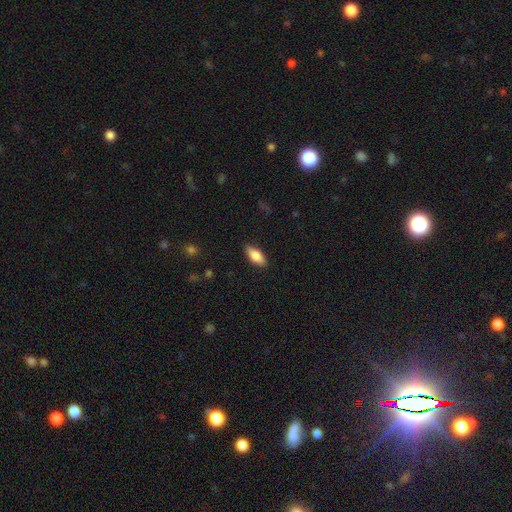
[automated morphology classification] Smooth or featured? Predicted: smooth (p=0.78). How rounded? Predicted: in between (p=0.80). Merging? Predicted: none (p=0.87).